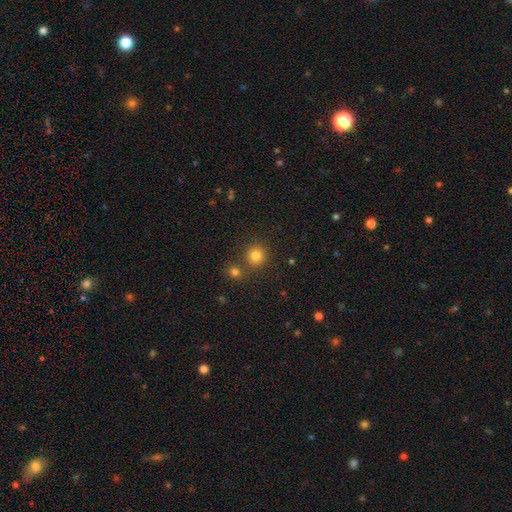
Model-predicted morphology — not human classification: Smooth or featured? smooth (81%)
How rounded? round (92%)
Merging? none (73%)